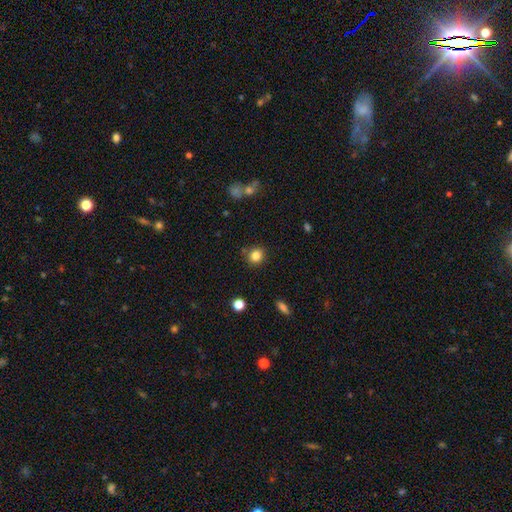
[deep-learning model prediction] smooth 84%, star or artifact 11%, featured or disk 5%. Down the decision tree: how rounded — round (83%); merging — none (83%).